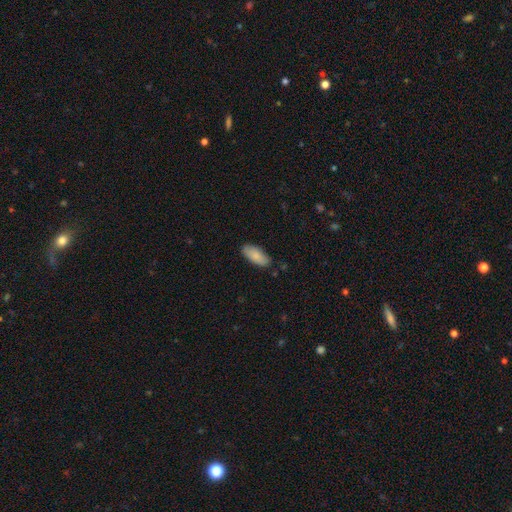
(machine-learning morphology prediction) smooth-or-featured: smooth: 84% | featured or disk: 10% | star or artifact: 6%
  how-rounded: in between: 87% | cigar-shaped: 11% | round: 2%
  merging: none: 83% | minor disturbance: 14% | major disturbance: 2% | merger: 1%